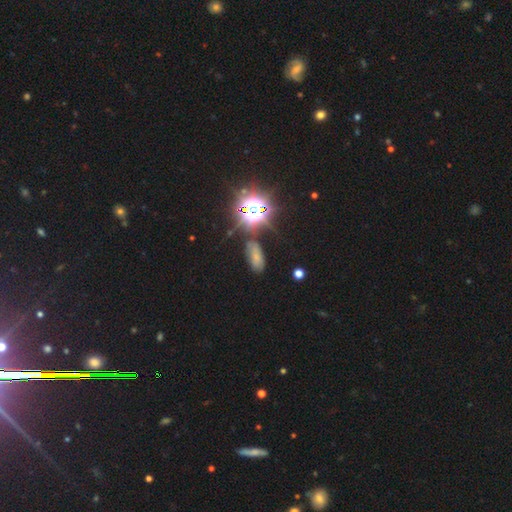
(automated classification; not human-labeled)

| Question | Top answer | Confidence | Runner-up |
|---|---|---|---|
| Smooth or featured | smooth | 46% | star or artifact (37%) |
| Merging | none | 70% | minor disturbance (18%) |